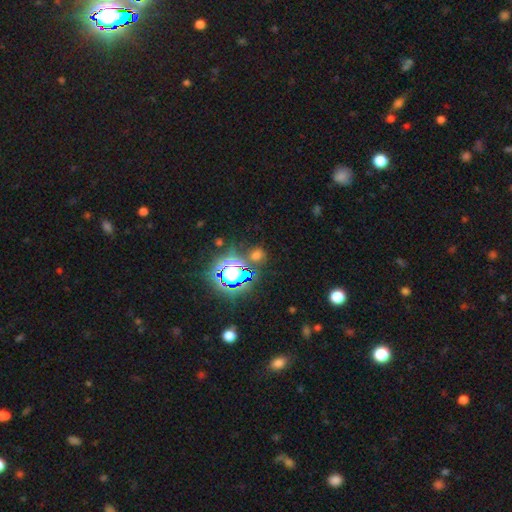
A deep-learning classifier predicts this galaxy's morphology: This is possibly a star or artifact rather than a galaxy (50%).